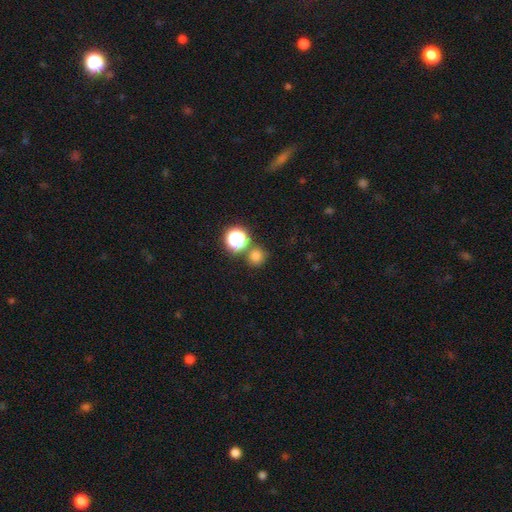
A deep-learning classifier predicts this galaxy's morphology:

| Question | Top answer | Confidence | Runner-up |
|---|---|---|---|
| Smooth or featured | smooth | 73% | star or artifact (21%) |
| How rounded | round | 87% | in between (11%) |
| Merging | none | 74% | merger (14%) |